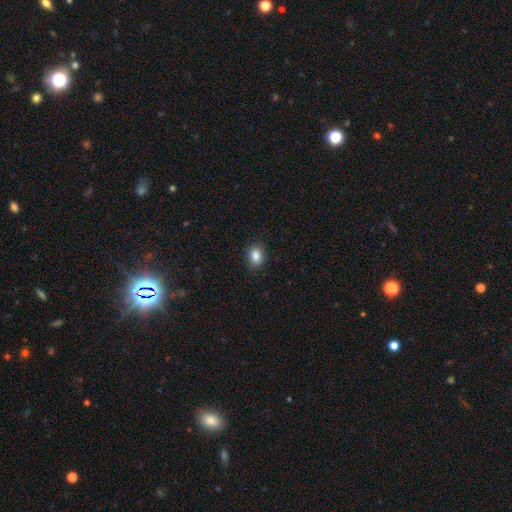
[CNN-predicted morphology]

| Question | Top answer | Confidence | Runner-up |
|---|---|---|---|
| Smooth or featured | smooth | 86% | star or artifact (9%) |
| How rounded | in between | 65% | round (34%) |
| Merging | none | 88% | minor disturbance (9%) |